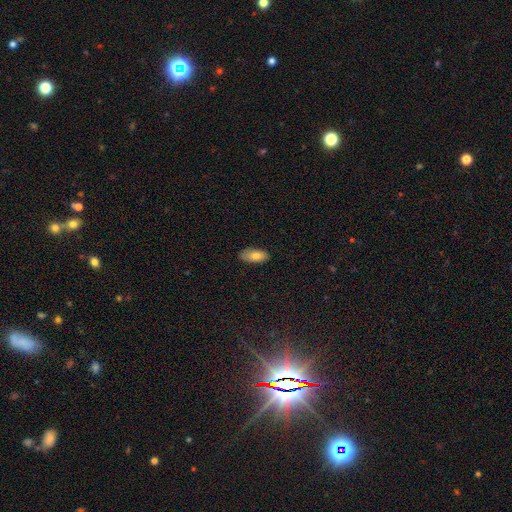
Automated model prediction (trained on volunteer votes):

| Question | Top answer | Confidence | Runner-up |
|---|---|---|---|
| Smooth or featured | smooth | 80% | featured or disk (13%) |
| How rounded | in between | 89% | cigar-shaped (9%) |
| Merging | none | 85% | minor disturbance (12%) |